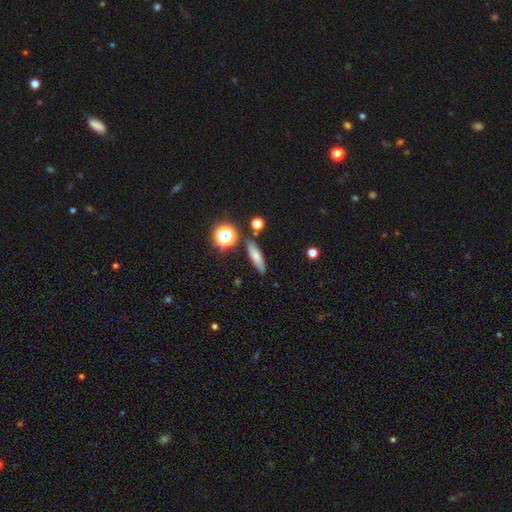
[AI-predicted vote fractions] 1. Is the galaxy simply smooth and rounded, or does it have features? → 72% smooth, 15% featured or disk, 12% star or artifact.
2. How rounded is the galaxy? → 64% cigar-shaped, 29% in between, 7% round.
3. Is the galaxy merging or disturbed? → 83% none, 10% minor disturbance, 5% merger, 3% major disturbance.